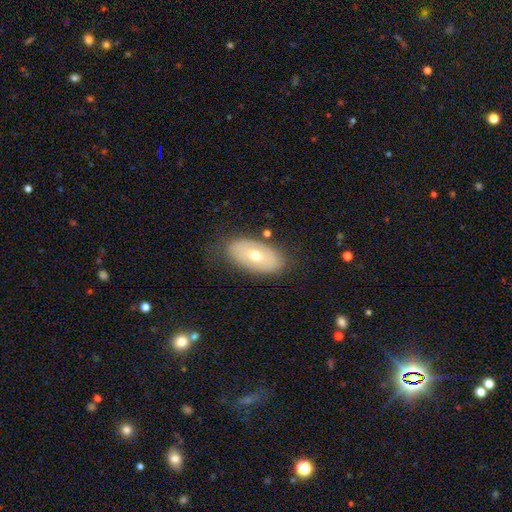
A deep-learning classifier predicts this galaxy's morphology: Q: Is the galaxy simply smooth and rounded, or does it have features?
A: smooth — 54%.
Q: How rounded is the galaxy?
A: in between — 93%.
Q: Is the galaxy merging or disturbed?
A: none — 78%.